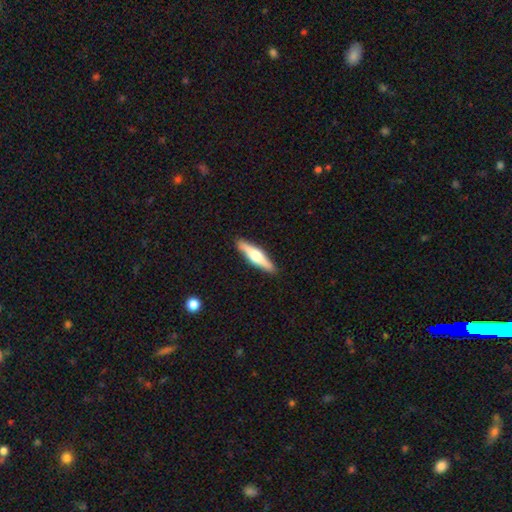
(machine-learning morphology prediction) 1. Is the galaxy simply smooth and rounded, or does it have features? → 53% featured or disk, 42% smooth, 5% star or artifact.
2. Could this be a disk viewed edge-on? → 94% yes, 6% no.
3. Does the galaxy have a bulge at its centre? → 92% rounded, 5% boxy, 3% none.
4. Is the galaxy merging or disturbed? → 90% none, 7% minor disturbance, 1% major disturbance, 1% merger.